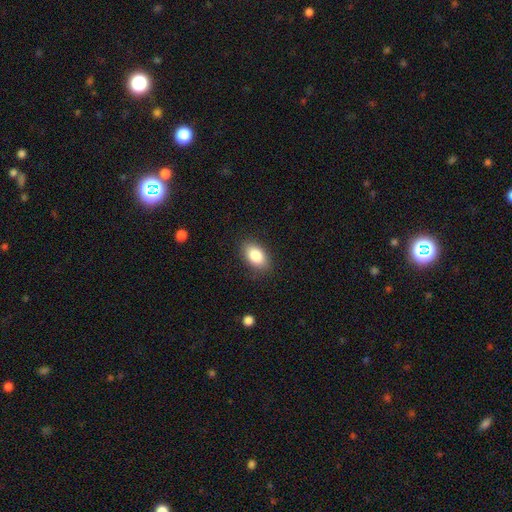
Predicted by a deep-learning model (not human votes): A smooth galaxy with no disk features (86%) that is in between round and cigar-shaped (91%).

Vote fractions:
- Smooth or featured? smooth: 86% / star or artifact: 7% / featured or disk: 7%
- How rounded? in between: 91% / round: 8% / cigar-shaped: 2%
- Merging? none: 85% / minor disturbance: 11% / major disturbance: 3% / merger: 1%